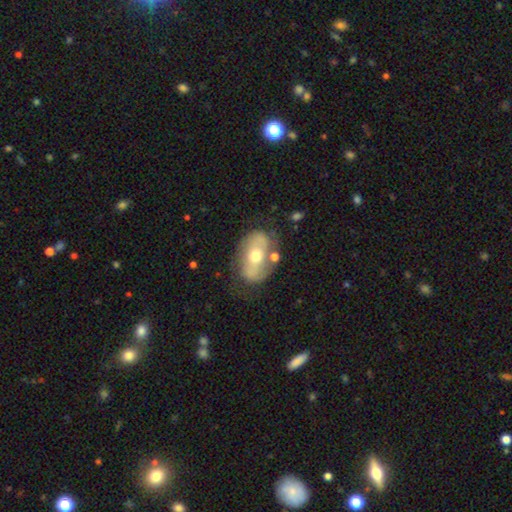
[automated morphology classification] smooth-or-featured: featured or disk: 61% | smooth: 32% | star or artifact: 7%
  disk-edge-on: no: 92% | yes: 8%
    bar: no: 48% | weak: 28% | strong: 23%
    has-spiral-arms: yes: 57% | no: 43%
    bulge-size: moderate: 73% | small: 19% | large: 6% | dominant: 1% | none: 1%
  merging: none: 67% | minor disturbance: 19% | major disturbance: 8% | merger: 5%